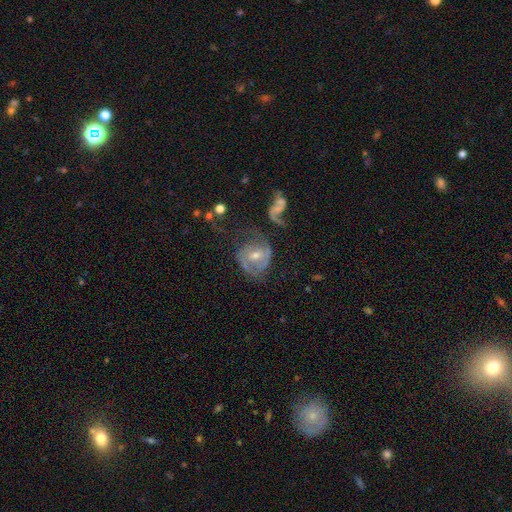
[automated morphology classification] A featured or disk galaxy (74%) with a weak bar (41%), 2 (52%) medium (39%, tied with tight) spiral arms (77%) and a moderate central bulge (57%). Merging: none (46%).